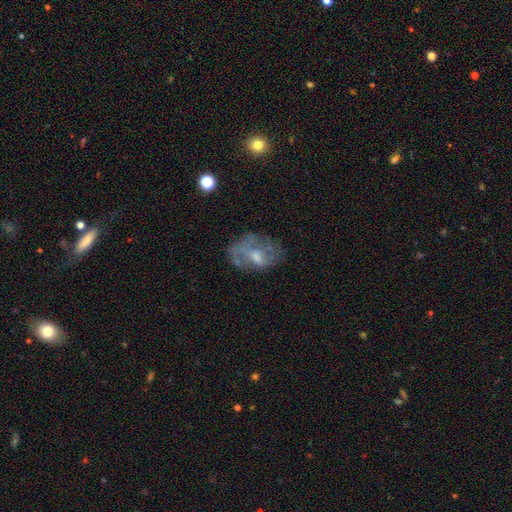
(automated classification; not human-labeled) Smooth or featured: featured or disk — 56% (smooth — 33%)
Edge-on disk: no — 95% (yes — 5%)
Bar: no — 61% (weak — 32%)
Spiral arms: no — 61% (yes — 39%)
Bulge size: moderate — 49% (small — 35%)
Merging: none — 51% (minor disturbance — 25%)